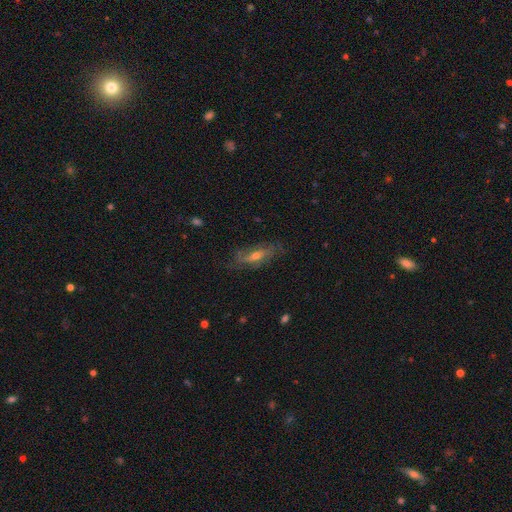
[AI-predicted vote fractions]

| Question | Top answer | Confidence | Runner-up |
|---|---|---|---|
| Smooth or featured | featured or disk | 64% | smooth (25%) |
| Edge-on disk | no | 66% | yes (34%) |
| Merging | none | 68% | minor disturbance (21%) |